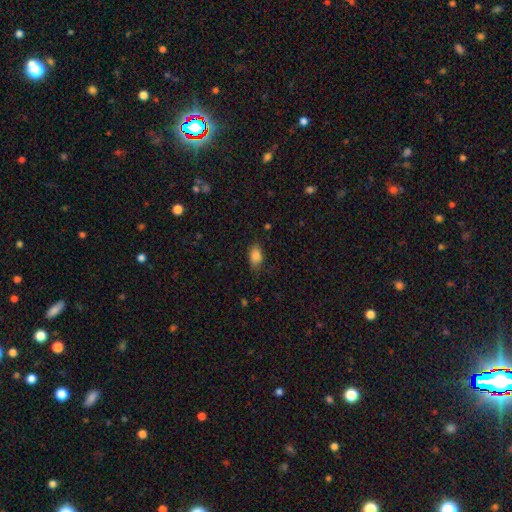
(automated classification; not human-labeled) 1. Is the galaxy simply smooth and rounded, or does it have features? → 85% smooth, 8% star or artifact, 7% featured or disk.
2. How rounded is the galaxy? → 88% in between, 9% round, 3% cigar-shaped.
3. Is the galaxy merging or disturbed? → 80% none, 16% minor disturbance, 3% major disturbance, 1% merger.